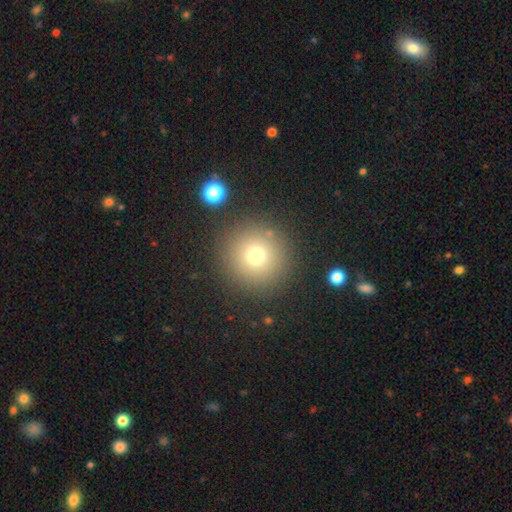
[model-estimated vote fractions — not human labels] smooth 74%, star or artifact 16%, featured or disk 10%. Down the decision tree: how rounded — round (95%); merging — none (88%).